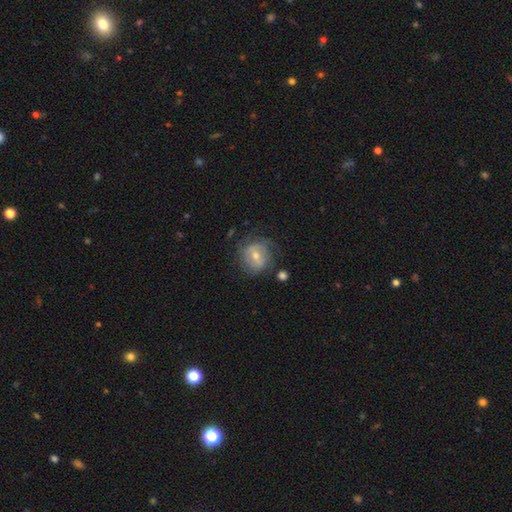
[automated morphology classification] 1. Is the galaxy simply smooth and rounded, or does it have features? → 52% featured or disk, 40% smooth, 8% star or artifact.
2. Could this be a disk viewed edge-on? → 96% no, 4% yes.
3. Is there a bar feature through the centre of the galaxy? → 42% weak (tied), 42% no (tied), 16% strong.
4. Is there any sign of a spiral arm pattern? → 58% yes, 42% no.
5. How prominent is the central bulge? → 59% moderate, 37% small, 2% large, 1% none, 1% dominant.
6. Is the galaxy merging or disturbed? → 56% none, 25% minor disturbance, 15% major disturbance, 3% merger.